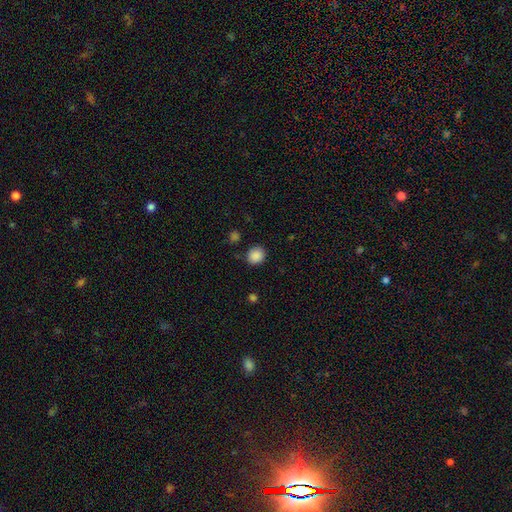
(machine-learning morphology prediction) smooth_or_featured: smooth (p=0.88) [alt: star or artifact p=0.09]
how_rounded: round (p=0.83) [alt: in between p=0.16]
merging: none (p=0.84) [alt: minor disturbance p=0.10]